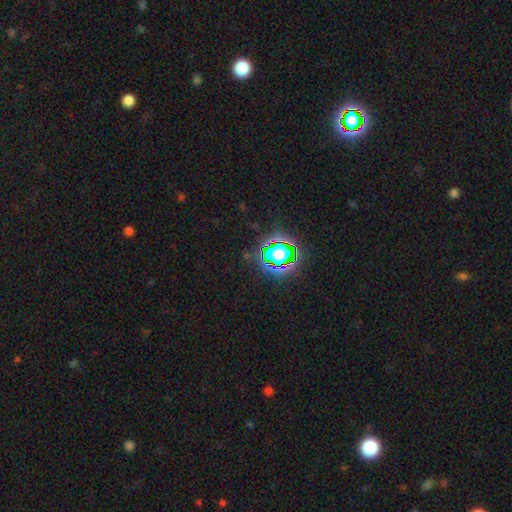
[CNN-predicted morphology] Smooth or featured?
  - star or artifact: 80% *
  - smooth: 12%
  - featured or disk: 8%